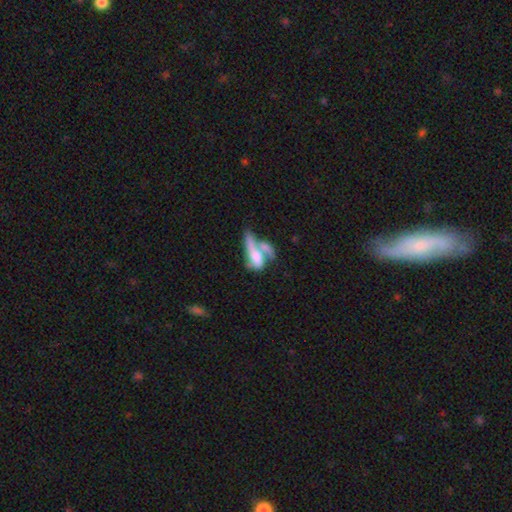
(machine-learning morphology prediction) Smooth or featured: smooth — 46% (tied with featured or disk — 46%)
Merging: merger — 58% (major disturbance — 17%)